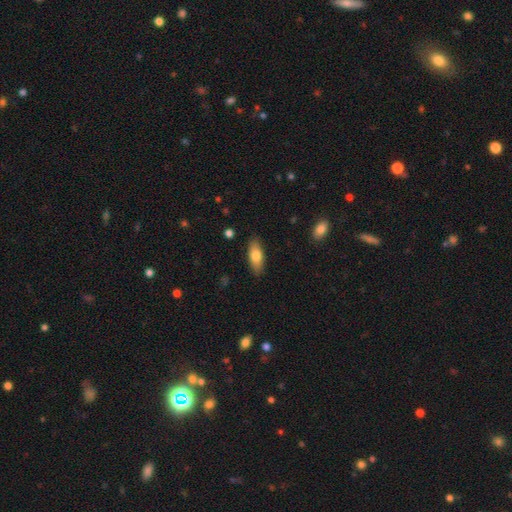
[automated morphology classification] Smooth or featured? Predicted: smooth (p=0.77). How rounded? Predicted: in between (p=0.77). Merging? Predicted: none (p=0.87).